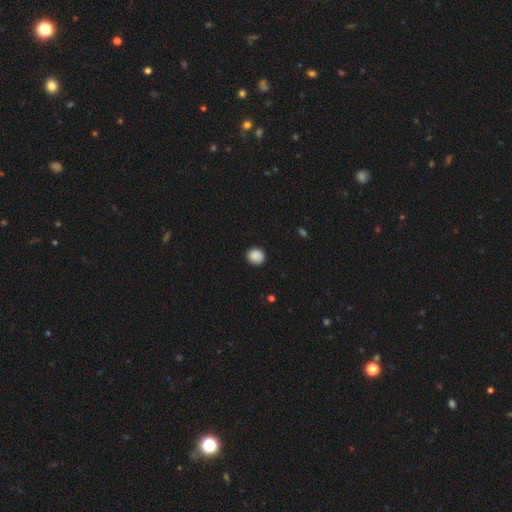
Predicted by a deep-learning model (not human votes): This is clearly a smooth galaxy (89%). How rounded: likely round (79%). Merging: clearly none (89%).